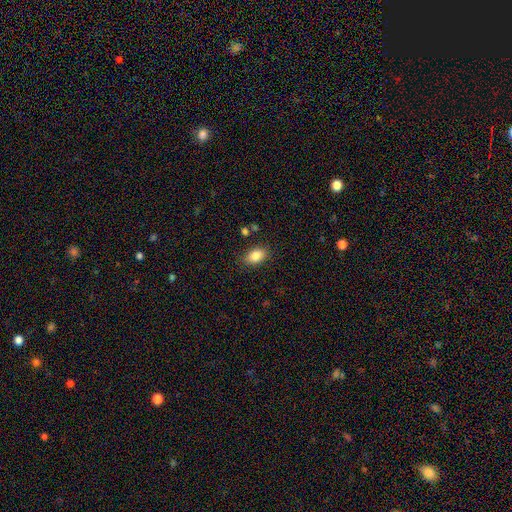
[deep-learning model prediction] Overall: smooth (86%). How rounded: in between (88%). Merging: none (84%).